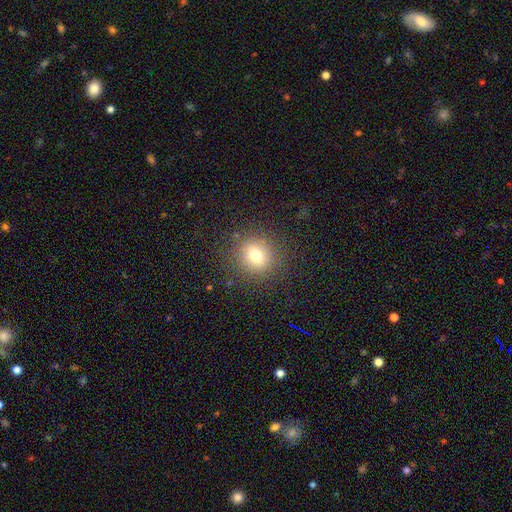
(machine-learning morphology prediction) This is likely a smooth galaxy (76%). How rounded: clearly round (81%). Merging: clearly none (86%).